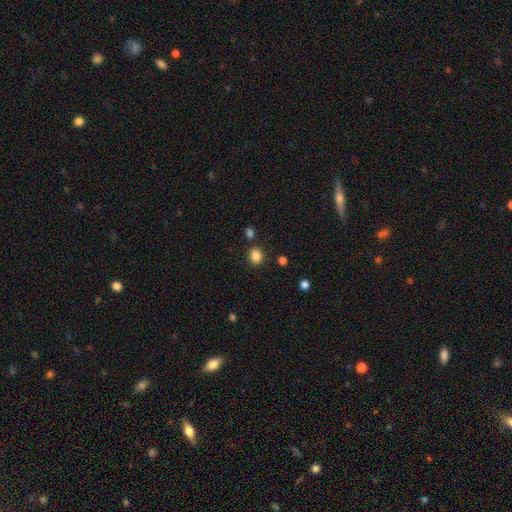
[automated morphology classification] Smooth or featured? smooth (85%)
How rounded? round (57%)
Merging? none (82%)